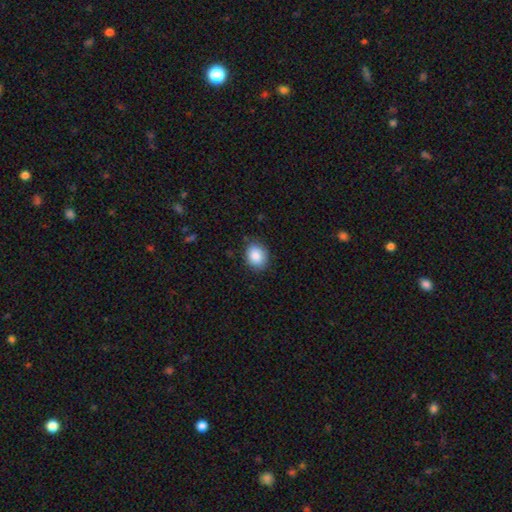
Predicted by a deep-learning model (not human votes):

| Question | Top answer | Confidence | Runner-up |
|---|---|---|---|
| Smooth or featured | smooth | 87% | star or artifact (8%) |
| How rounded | in between | 50% | round (49%) |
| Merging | none | 84% | minor disturbance (12%) |